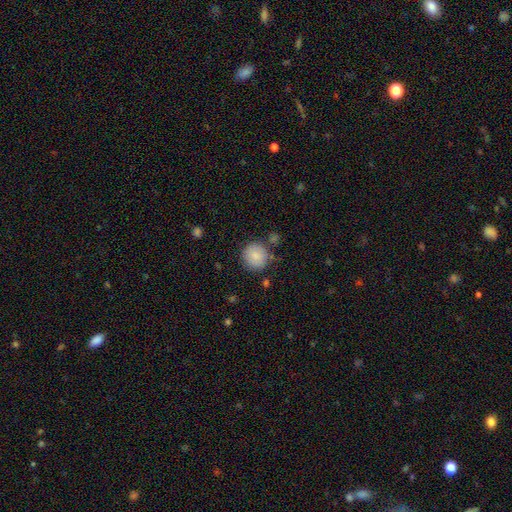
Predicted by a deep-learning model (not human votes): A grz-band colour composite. It shows a smooth galaxy with no disk features (86%) that is round (91%). Merging: none (80%).